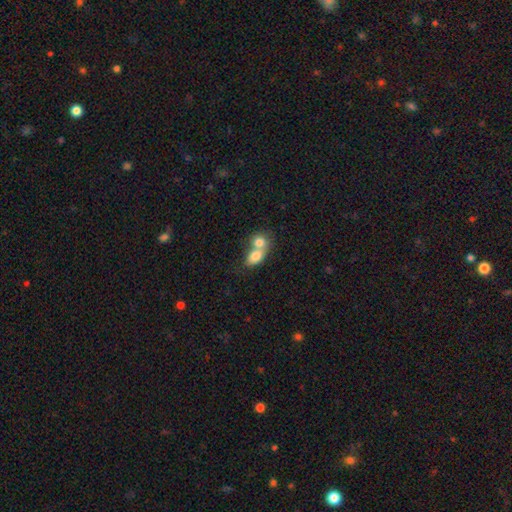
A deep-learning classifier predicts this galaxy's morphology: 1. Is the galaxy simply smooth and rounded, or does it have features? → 76% smooth, 16% featured or disk, 8% star or artifact.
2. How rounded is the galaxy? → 67% in between, 30% round, 2% cigar-shaped.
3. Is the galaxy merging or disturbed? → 75% merger, 17% none, 5% minor disturbance, 3% major disturbance.